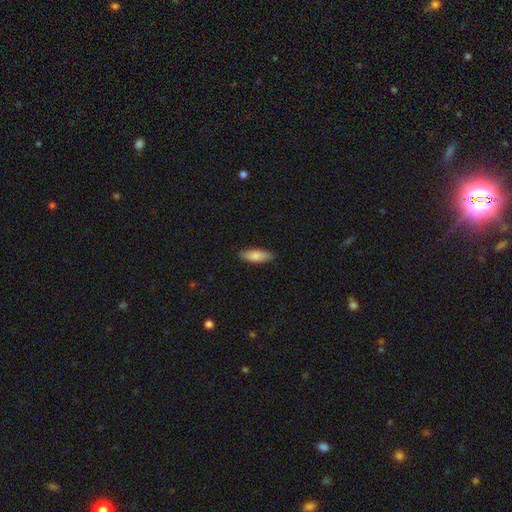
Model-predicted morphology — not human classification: smooth 83%, featured or disk 11%, star or artifact 6%. Down the decision tree: how rounded — in between (66%); merging — none (87%).